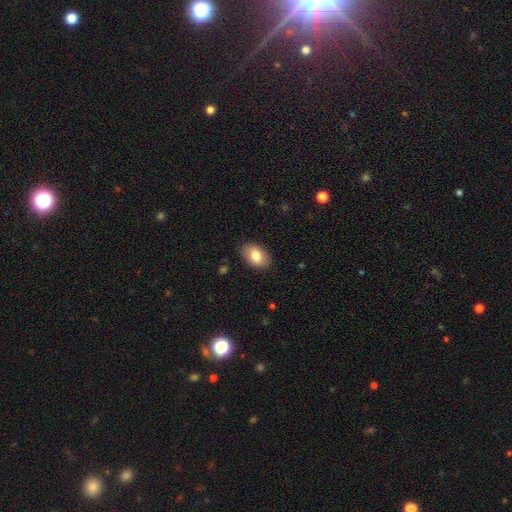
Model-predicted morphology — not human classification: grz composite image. It shows a smooth galaxy with no disk features (81%) that is in between round and cigar-shaped (88%). Merging: none (87%).